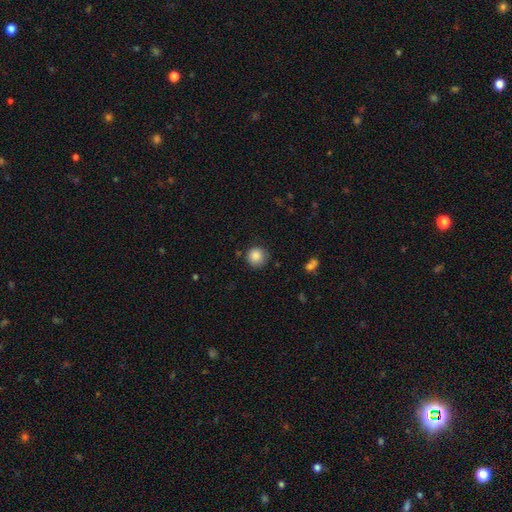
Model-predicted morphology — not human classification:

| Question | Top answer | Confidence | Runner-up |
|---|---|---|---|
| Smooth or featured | smooth | 86% | star or artifact (9%) |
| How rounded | round | 94% | in between (5%) |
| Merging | none | 85% | minor disturbance (11%) |